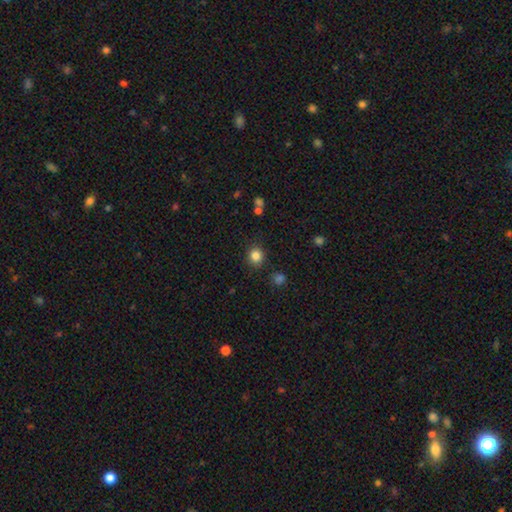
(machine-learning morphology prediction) Smooth or featured? smooth (84%)
How rounded? round (88%)
Merging? none (87%)